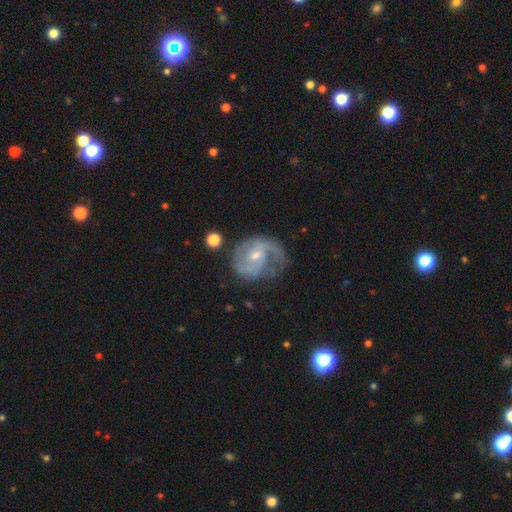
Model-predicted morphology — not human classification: featured or disk 83%, smooth 11%, star or artifact 6%. Down the decision tree: edge-on disk — no (98%); bar — weak (47%); spiral arms — yes (93%); spiral arm count — 2 (65%); spiral winding — medium (48%); bulge size — small (53%); merging — none (58%).